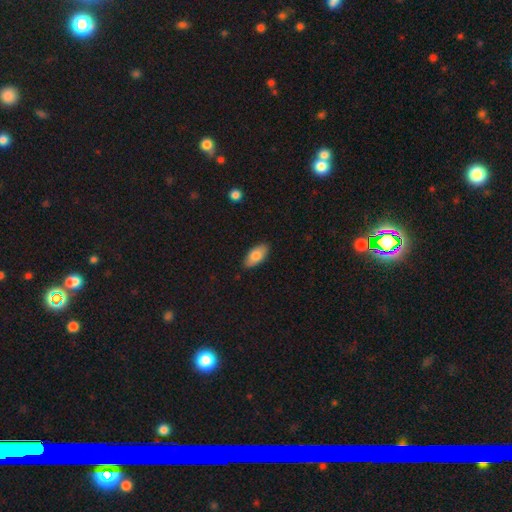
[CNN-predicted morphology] smooth_or_featured: smooth (p=0.78) [alt: featured or disk p=0.15]
how_rounded: in between (p=0.92) [alt: cigar-shaped p=0.05]
merging: none (p=0.86) [alt: minor disturbance p=0.11]